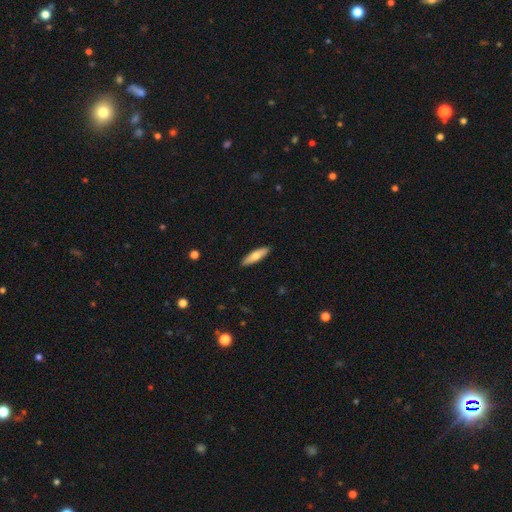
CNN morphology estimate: type=smooth (67%); roundness=cigar-shaped (68%); merging=none (90%).